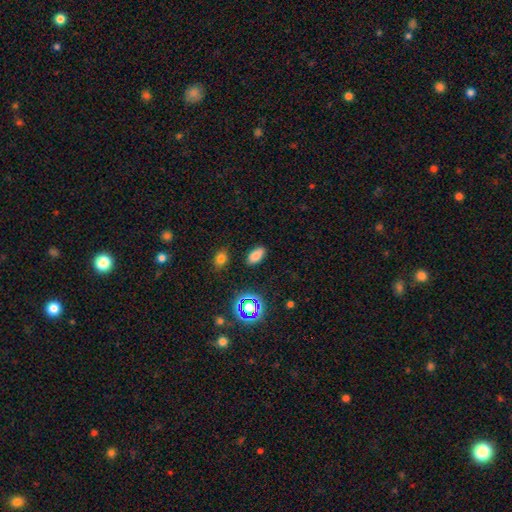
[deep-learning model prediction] smooth_or_featured: smooth (p=0.77) [alt: star or artifact p=0.16]
how_rounded: in between (p=0.90) [alt: round p=0.06]
merging: none (p=0.87) [alt: minor disturbance p=0.09]